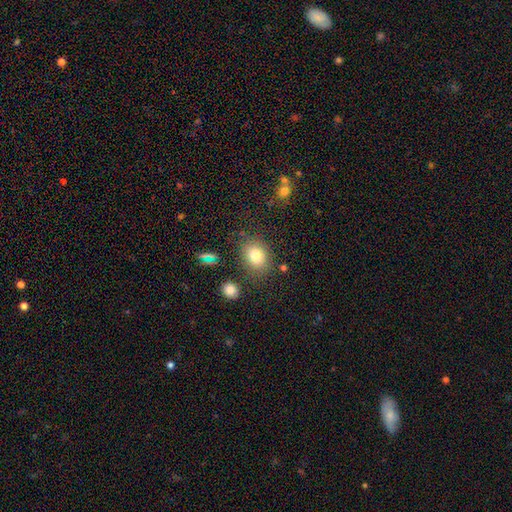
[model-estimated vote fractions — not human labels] Smooth or featured? Predicted: smooth (p=0.78). How rounded? Predicted: in between (p=0.55). Merging? Predicted: none (p=0.79).